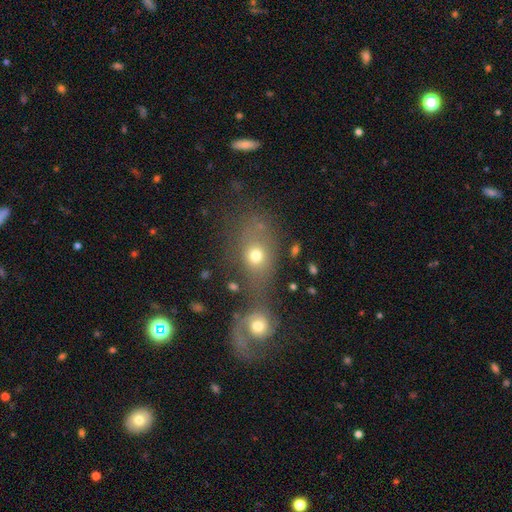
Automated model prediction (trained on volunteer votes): Smooth or featured: smooth — 67% (featured or disk — 17%)
How rounded: in between — 52% (round — 45%)
Merging: none — 45% (merger — 32%)